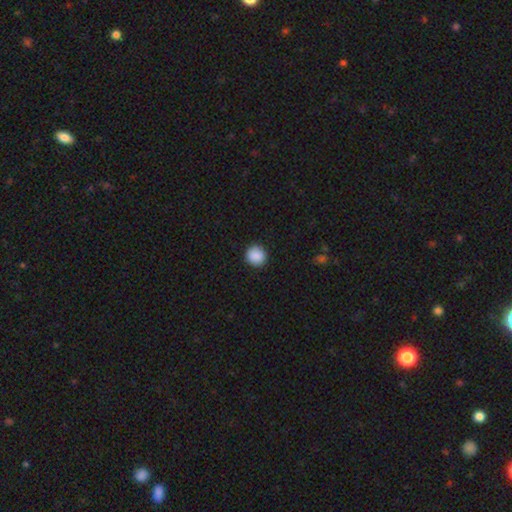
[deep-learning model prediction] This is clearly a smooth galaxy (90%). How rounded: clearly round (93%). Merging: clearly none (92%).